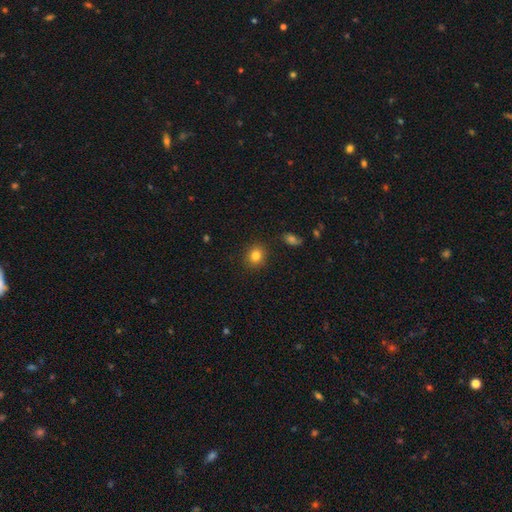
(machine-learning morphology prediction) Overall: smooth (83%). How rounded: round (75%). Merging: none (88%).